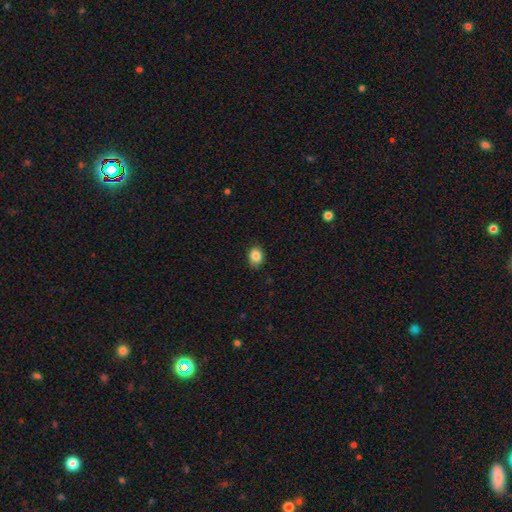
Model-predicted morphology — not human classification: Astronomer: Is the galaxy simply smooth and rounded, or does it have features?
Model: smooth — 85%.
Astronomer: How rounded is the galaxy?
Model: in between — 53% (runner-up: round, 46%).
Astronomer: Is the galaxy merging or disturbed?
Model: none — 83%.